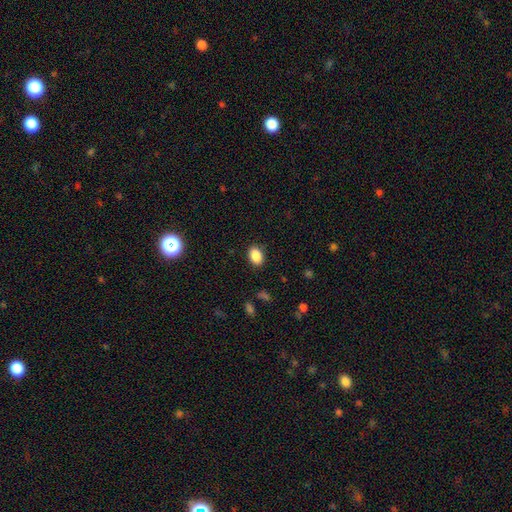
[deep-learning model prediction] This appears to be a smooth galaxy with no disk features (88%) that is in between round and cigar-shaped (82%). Merging: none (87%).